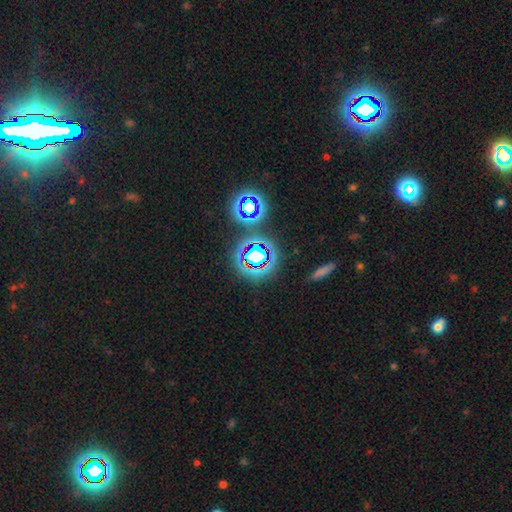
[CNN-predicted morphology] Smooth or featured? Predicted: star or artifact (p=0.63).